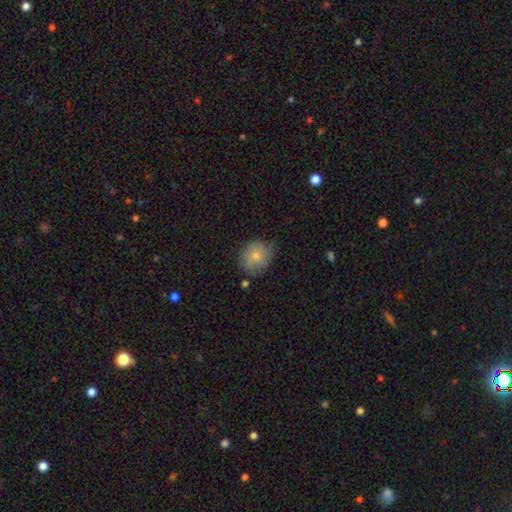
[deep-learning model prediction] Smooth or featured: smooth — 72% (featured or disk — 17%)
How rounded: round — 76% (in between — 23%)
Merging: none — 73% (minor disturbance — 21%)